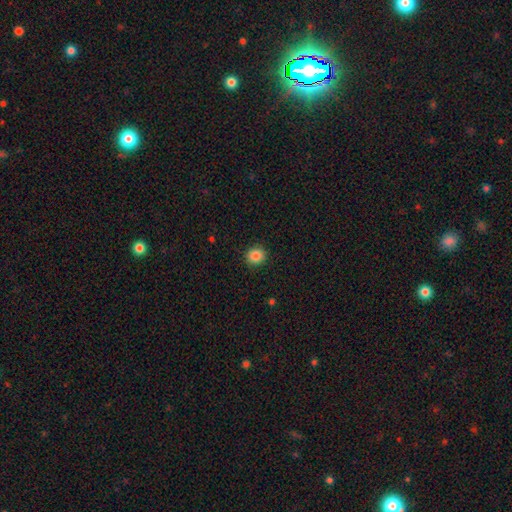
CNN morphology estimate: A smooth galaxy with no disk features (86%) that is round (85%).

Vote fractions:
- Smooth or featured? smooth: 86% / star or artifact: 10% / featured or disk: 4%
- How rounded? round: 85% / in between: 14% / cigar-shaped: 1%
- Merging? none: 92% / minor disturbance: 6% / major disturbance: 2% / merger: 1%